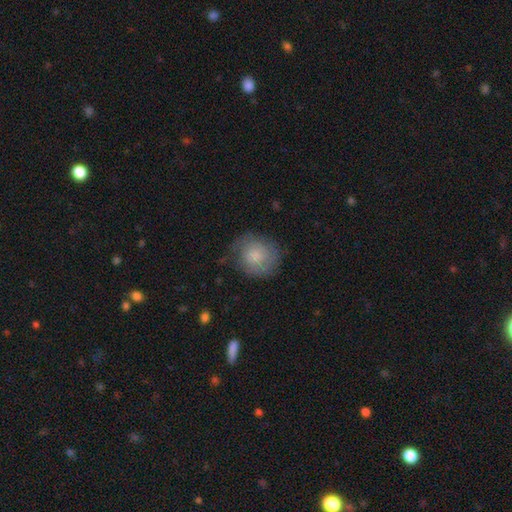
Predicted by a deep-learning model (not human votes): The model was most divided on "smooth or featured": smooth: 65%, featured or disk: 28%, star or artifact: 7%. More confident: how rounded — round (82%); merging — none (64%).